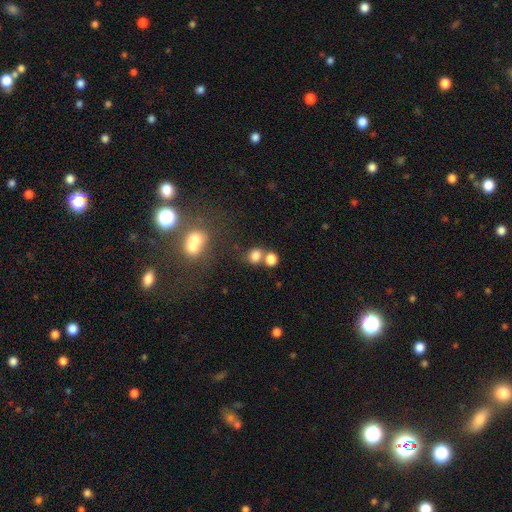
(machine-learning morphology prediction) This is likely a smooth galaxy (78%). How rounded: likely round (65%). Merging: possibly none (49%).